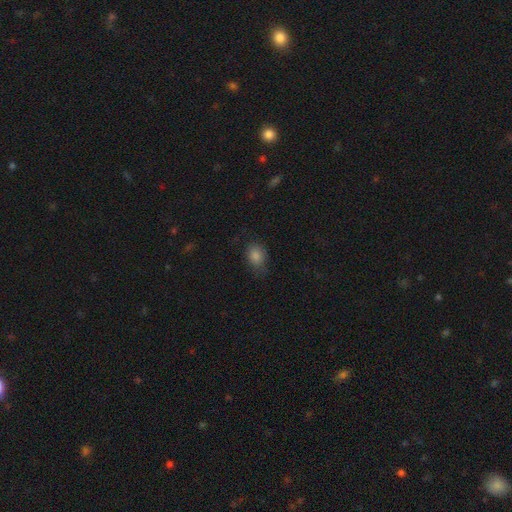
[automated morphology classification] smooth 83%, star or artifact 11%, featured or disk 6%. Down the decision tree: how rounded — in between (66%); merging — none (68%).